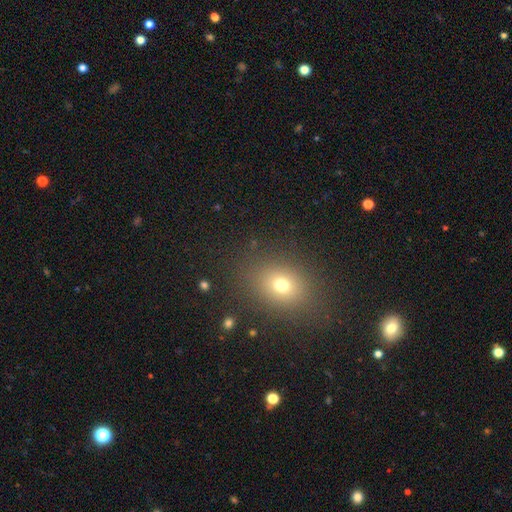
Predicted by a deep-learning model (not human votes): smooth-or-featured: smooth: 64% | star or artifact: 27% | featured or disk: 9%
  how-rounded: in between: 58% | round: 40% | cigar-shaped: 2%
  merging: none: 88% | minor disturbance: 7% | major disturbance: 3% | merger: 2%